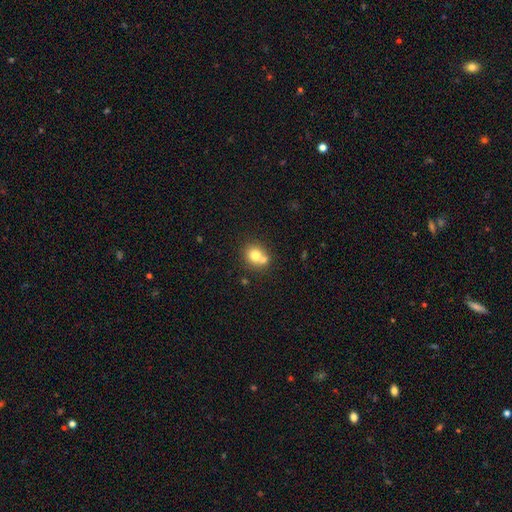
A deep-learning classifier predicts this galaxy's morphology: smooth 74%, featured or disk 15%, star or artifact 11%. Down the decision tree: how rounded — round (76%); merging — none (48%).